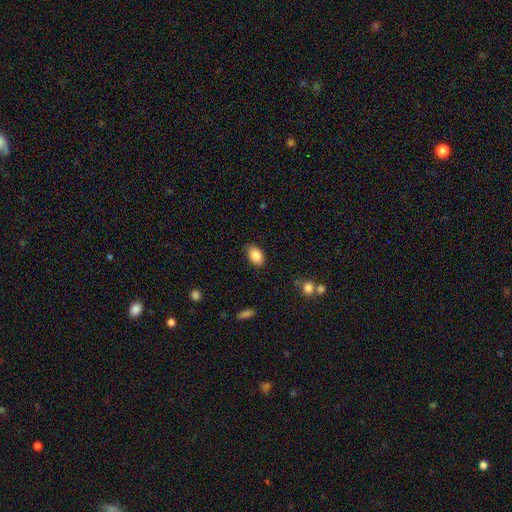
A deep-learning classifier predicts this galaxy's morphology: The model was most divided on "merging": none: 81%, minor disturbance: 14%, major disturbance: 3%, merger: 1%. More confident: smooth or featured — smooth (86%); how rounded — in between (86%).